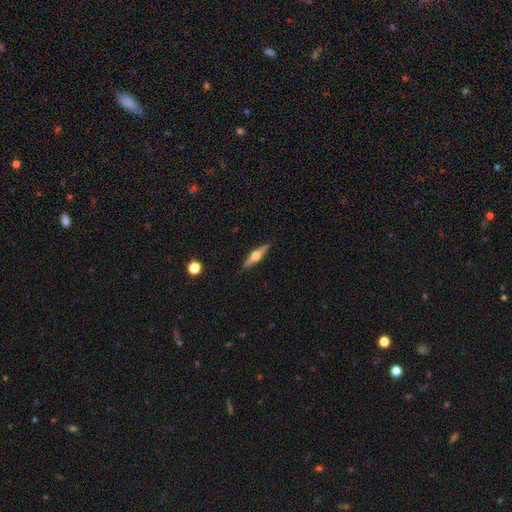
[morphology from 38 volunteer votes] Volunteers were most divided on "smooth or featured": featured or disk: 71%, smooth: 26%, star or artifact: 3%. More confident: edge-on disk — yes (100%); edge-on bulge — rounded (96%); merging — none (89%).